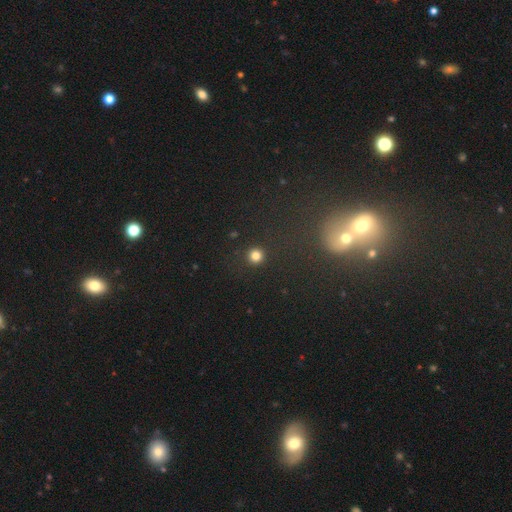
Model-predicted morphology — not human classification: This is clearly a smooth galaxy (83%). How rounded: clearly round (95%). Merging: clearly none (92%).